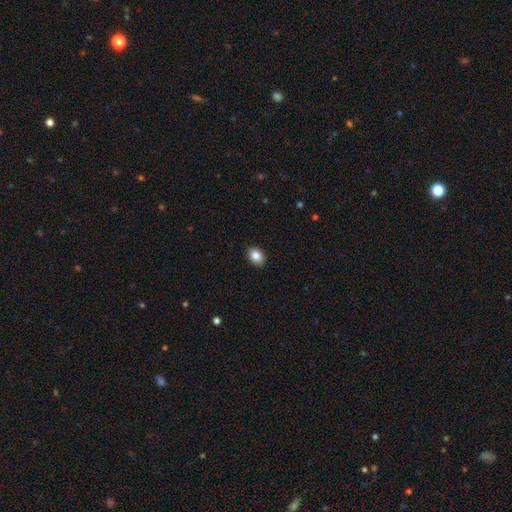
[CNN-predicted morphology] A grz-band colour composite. It shows a smooth galaxy with no disk features (84%) that is in between round and cigar-shaped (64%). Merging: none (89%).